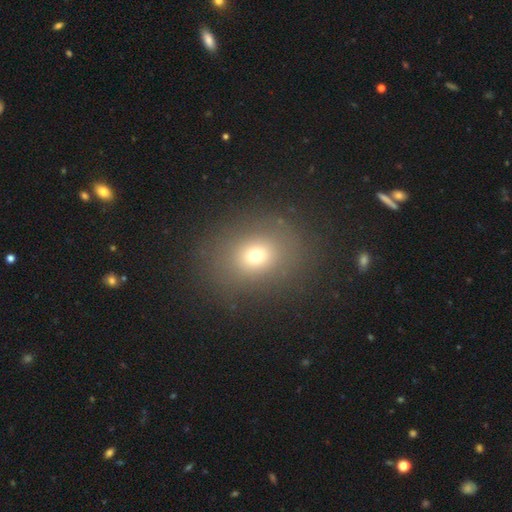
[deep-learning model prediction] smooth-or-featured: smooth: 68% | star or artifact: 18% | featured or disk: 13%
  how-rounded: round: 56% | in between: 43% | cigar-shaped: 1%
  merging: none: 83% | minor disturbance: 10% | major disturbance: 6% | merger: 1%